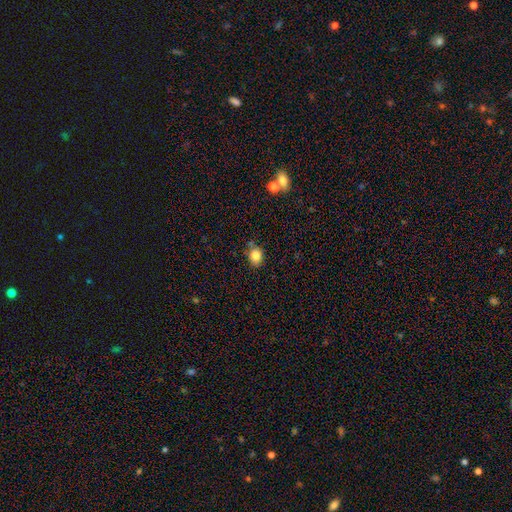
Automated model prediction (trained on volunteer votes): smooth_or_featured: smooth (p=0.82) [alt: star or artifact p=0.10]
how_rounded: round (p=0.49) [tied with: in between p=0.49]
merging: none (p=0.73) [alt: minor disturbance p=0.17]